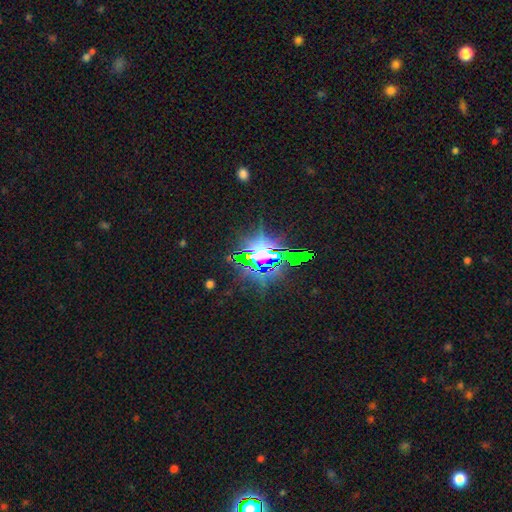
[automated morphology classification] star or artifact 80%, smooth 10%, featured or disk 10%.